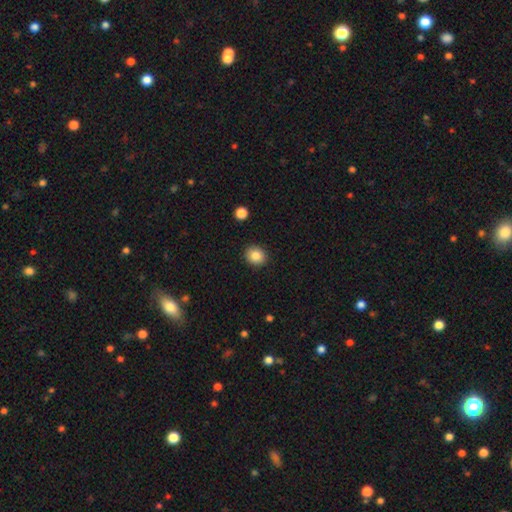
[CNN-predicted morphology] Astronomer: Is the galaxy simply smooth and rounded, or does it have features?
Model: smooth — 85%.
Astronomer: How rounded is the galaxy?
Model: round — 77%.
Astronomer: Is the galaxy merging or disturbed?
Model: none — 91%.